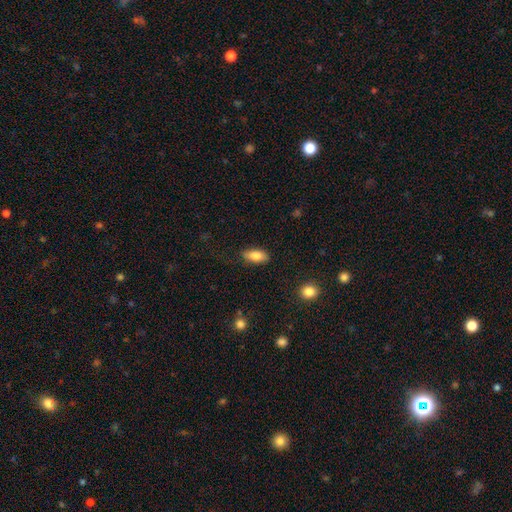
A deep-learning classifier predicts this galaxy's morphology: Overall: smooth (83%). How rounded: in between (85%). Merging: none (82%).